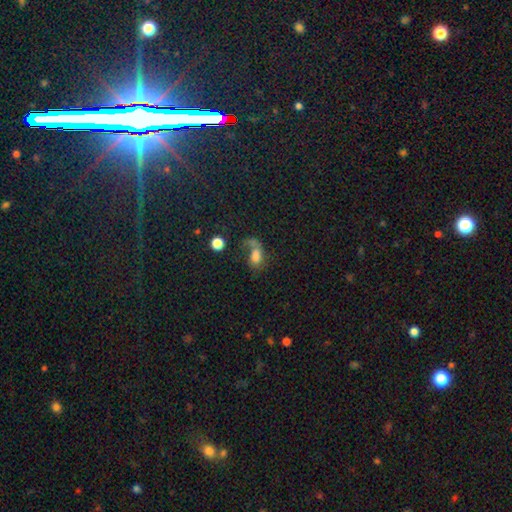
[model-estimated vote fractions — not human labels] smooth-or-featured: smooth: 58% | featured or disk: 27% | star or artifact: 15%
  how-rounded: in between: 75% | round: 21% | cigar-shaped: 4%
  merging: major disturbance: 37% | none: 25% | merger: 24% | minor disturbance: 15%